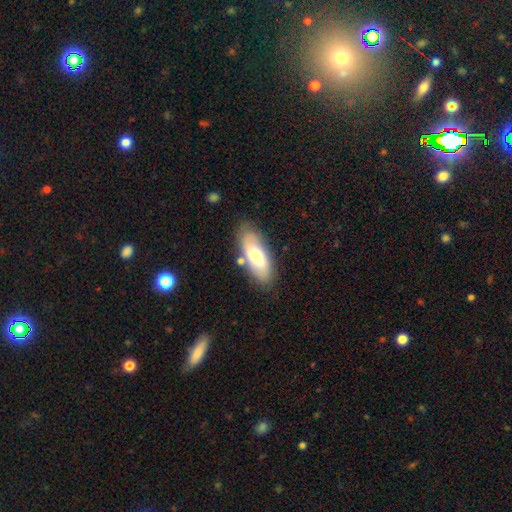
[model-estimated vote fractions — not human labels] A smooth galaxy with no disk features (63%) that is in between round and cigar-shaped (79%). Merging: none (78%).